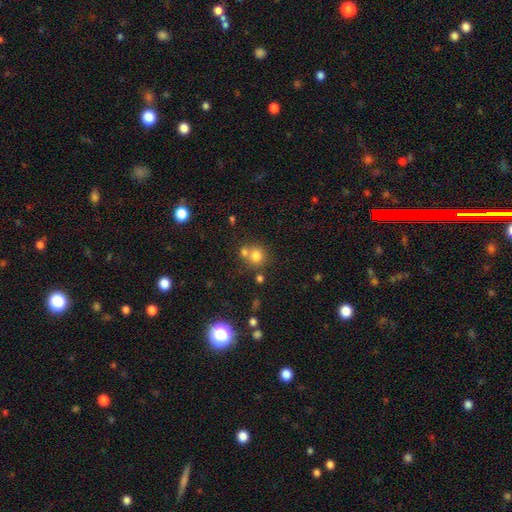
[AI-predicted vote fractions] Morphology: type=smooth (75%); roundness=round (86%); merging=none (53%).